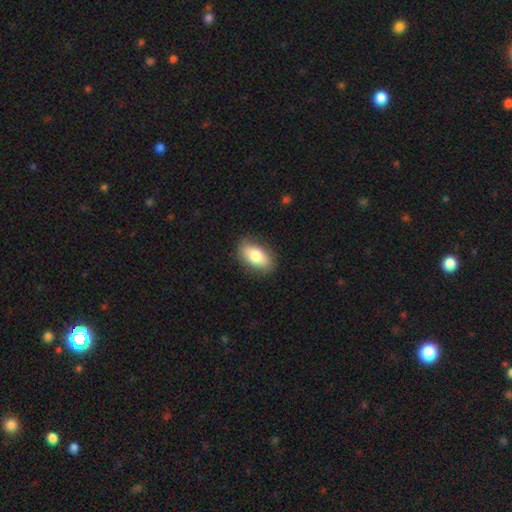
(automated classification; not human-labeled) This appears to be a smooth galaxy with no disk features (81%) that is in between round and cigar-shaped (91%). Merging: none (85%).